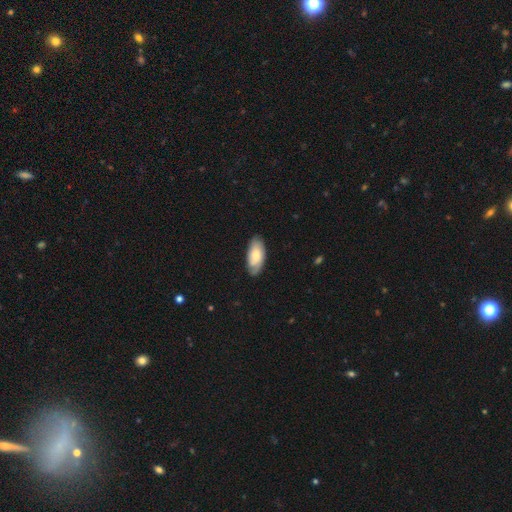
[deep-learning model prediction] Smooth or featured? smooth (58%)
How rounded? in between (90%)
Merging? none (77%)